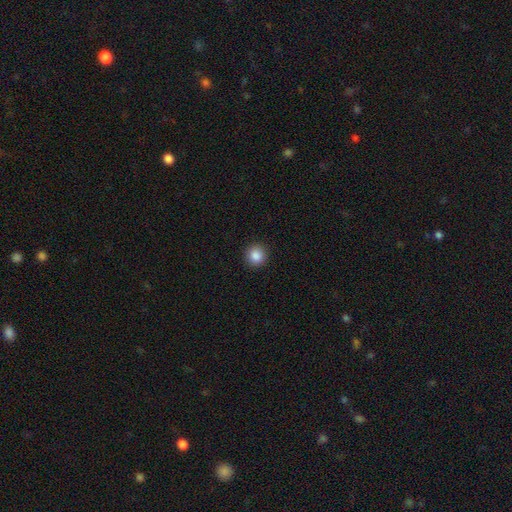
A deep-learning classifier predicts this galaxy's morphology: smooth 87%, star or artifact 10%, featured or disk 3%. Down the decision tree: how rounded — round (92%); merging — none (92%).